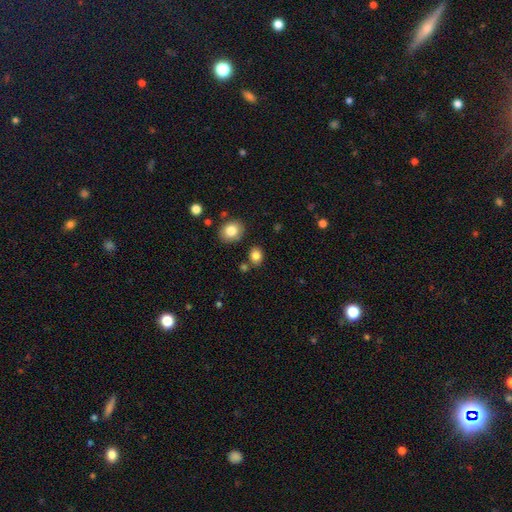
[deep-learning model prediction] Overall: smooth (83%). How rounded: round (57%; in between 42%). Merging: none (80%).